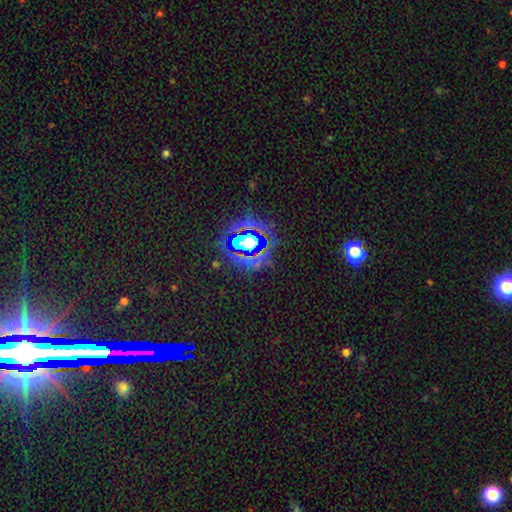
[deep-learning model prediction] smooth-or-featured: star or artifact: 76% | smooth: 15% | featured or disk: 9%